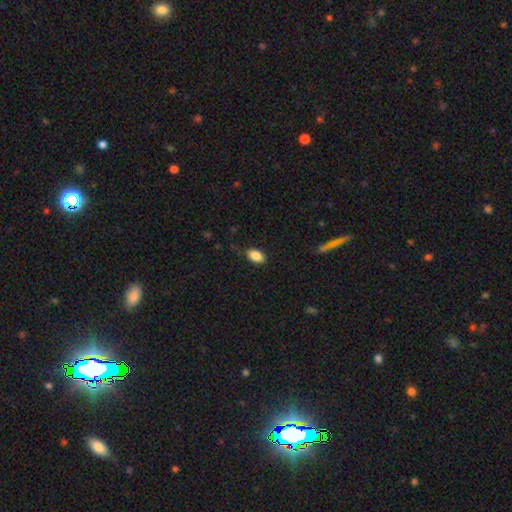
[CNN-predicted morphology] Smooth or featured? Predicted: smooth (p=0.86). How rounded? Predicted: in between (p=0.90). Merging? Predicted: none (p=0.80).